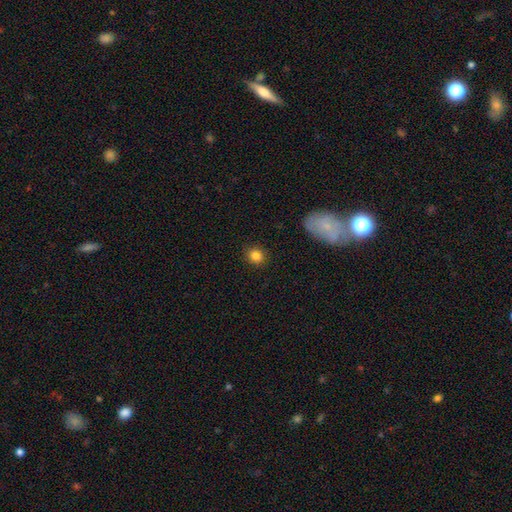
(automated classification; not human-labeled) Morphology: type=smooth (83%); roundness=round (79%); merging=none (90%).